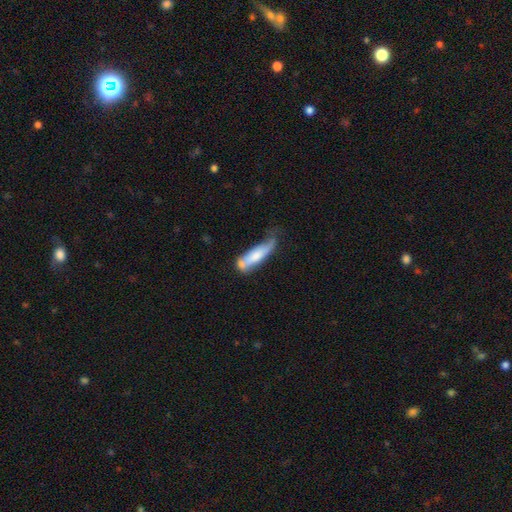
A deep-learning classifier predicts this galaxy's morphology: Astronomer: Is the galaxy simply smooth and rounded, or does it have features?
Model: smooth — 63%.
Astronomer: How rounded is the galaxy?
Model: cigar-shaped — 66%.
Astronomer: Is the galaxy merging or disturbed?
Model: none — 33% (runner-up: minor disturbance, 32%).